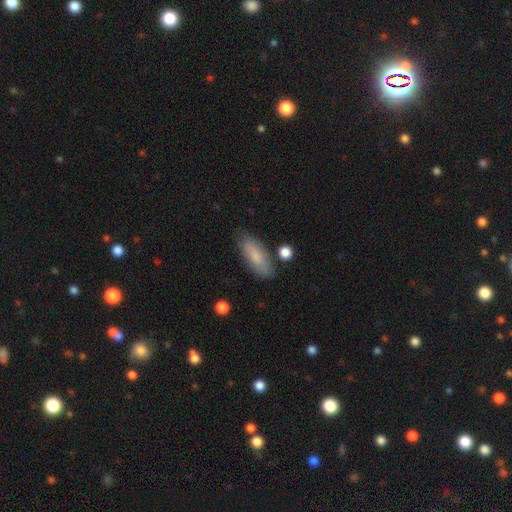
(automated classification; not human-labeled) Smooth or featured?
  - smooth: 81% *
  - featured or disk: 13%
  - star or artifact: 6%
How rounded?
  - in between: 69% *
  - cigar-shaped: 29%
  - round: 2%
Merging?
  - none: 80% *
  - minor disturbance: 14%
  - merger: 4%
  - major disturbance: 3%